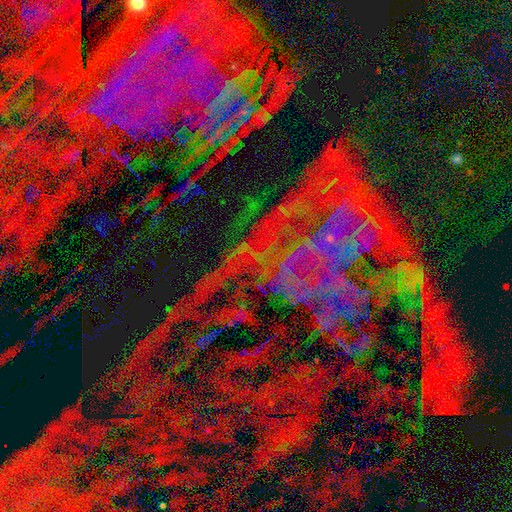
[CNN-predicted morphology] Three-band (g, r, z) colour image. It shows a star or artifact, not a galaxy (82%).